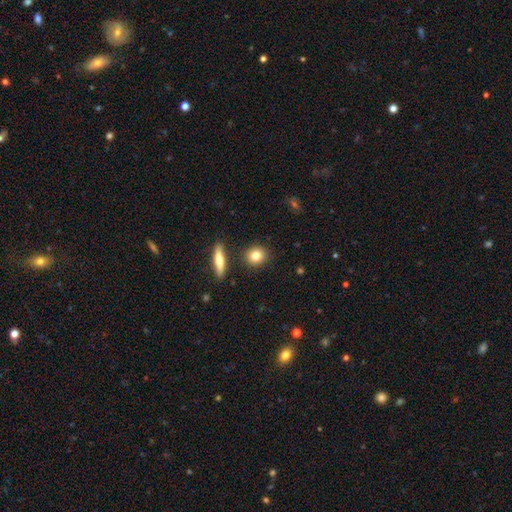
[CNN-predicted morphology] The model was most divided on "how rounded": round: 72%, in between: 24%, cigar-shaped: 3%. More confident: merging — none (87%); smooth or featured — smooth (81%).